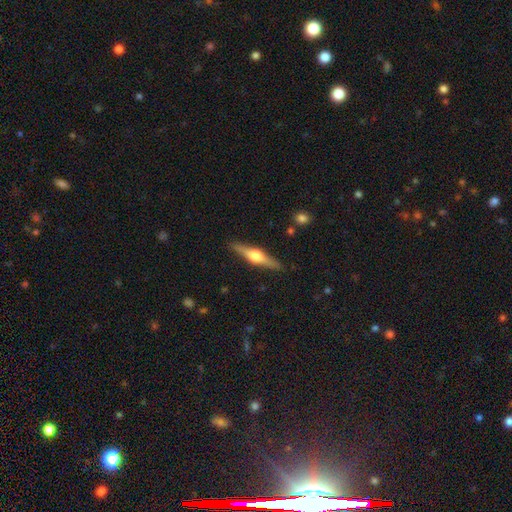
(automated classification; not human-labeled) This is likely a featured or disk galaxy (73%). It is clearly viewed edge-on (98%). Edge-on bulge: clearly rounded (94%). Merging: clearly none (90%).